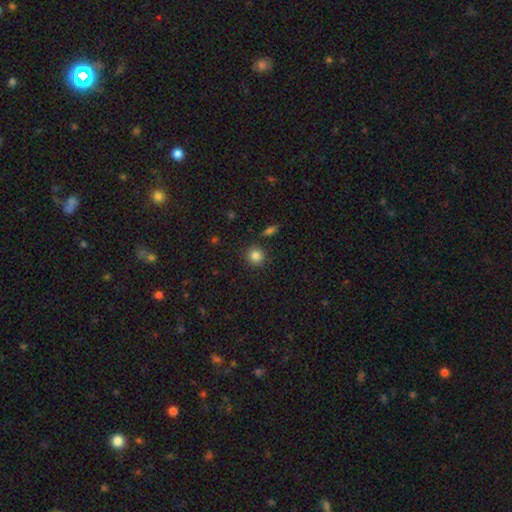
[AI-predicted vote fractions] smooth-or-featured: smooth: 84% | star or artifact: 11% | featured or disk: 5%
  how-rounded: round: 92% | in between: 7% | cigar-shaped: 1%
  merging: none: 88% | minor disturbance: 7% | merger: 3% | major disturbance: 2%